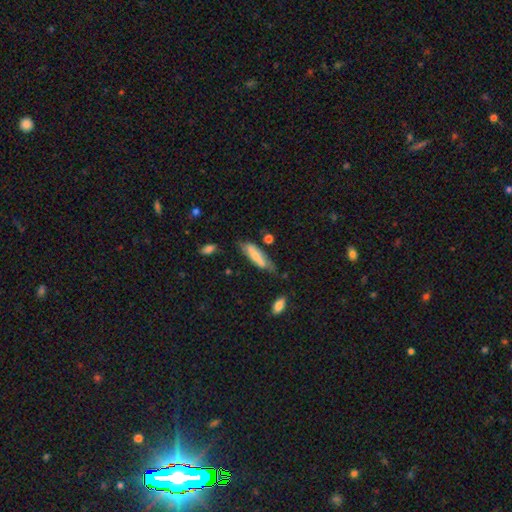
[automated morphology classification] This appears to be a smooth galaxy with no disk features (55%) that is cigar-shaped (61%). Merging: none (57%).